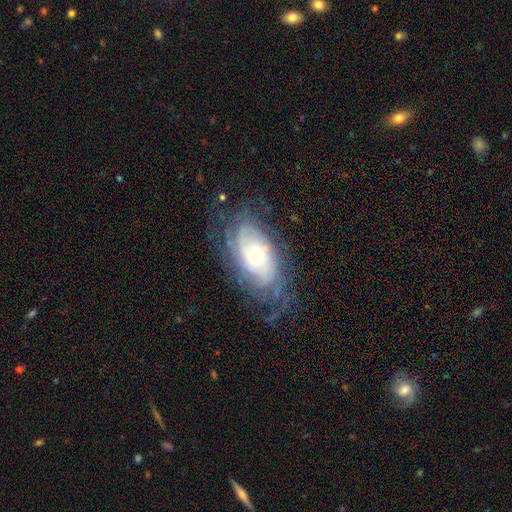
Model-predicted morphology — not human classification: smooth_or_featured: featured or disk (p=0.75) [alt: smooth p=0.18]
disk_edge_on: no (p=0.92) [alt: yes p=0.08]
bar: no (p=0.79) [alt: weak p=0.16]
has_spiral_arms: yes (p=0.86) [alt: no p=0.14]
spiral_winding: tight (p=0.66) [alt: medium p=0.24]
spiral_arm_count: can't tell (p=0.55) [alt: 2 p=0.15]
bulge_size: small (p=0.51) [alt: moderate p=0.42]
merging: none (p=0.67) [alt: minor disturbance p=0.20]